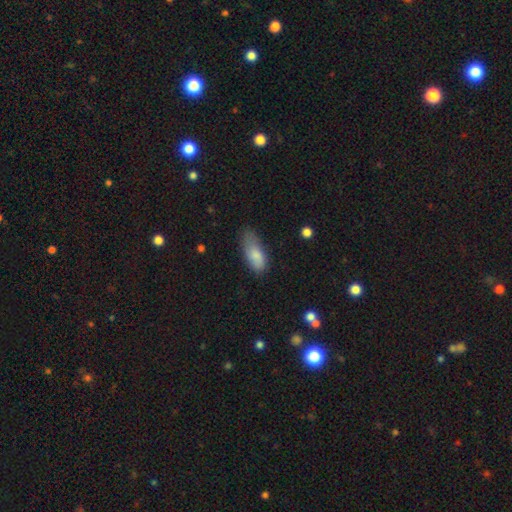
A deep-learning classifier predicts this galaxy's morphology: This is clearly a smooth galaxy (82%). How rounded: clearly in between (83%). Merging: possibly none (46%).